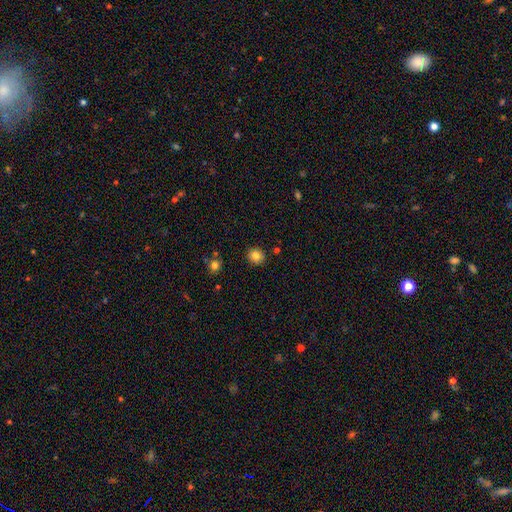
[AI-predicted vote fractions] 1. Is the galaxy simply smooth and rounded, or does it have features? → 83% smooth, 11% star or artifact, 7% featured or disk.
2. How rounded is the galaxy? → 85% round, 14% in between, 1% cigar-shaped.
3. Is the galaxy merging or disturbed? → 89% none, 7% minor disturbance, 2% merger, 2% major disturbance.